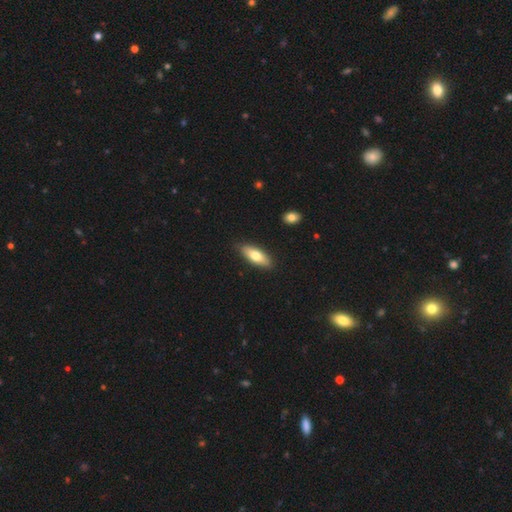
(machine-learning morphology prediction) A smooth galaxy with no disk features (72%) that is in between round and cigar-shaped (70%). Merging: none (87%).